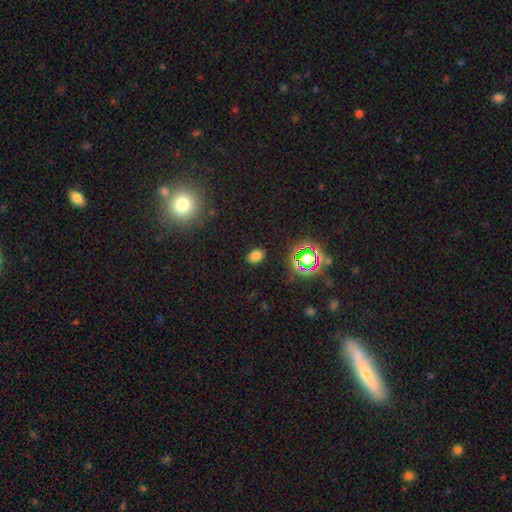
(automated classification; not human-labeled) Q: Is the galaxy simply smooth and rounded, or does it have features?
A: smooth — 73%.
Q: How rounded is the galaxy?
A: in between — 71%.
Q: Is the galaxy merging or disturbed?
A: none — 87%.